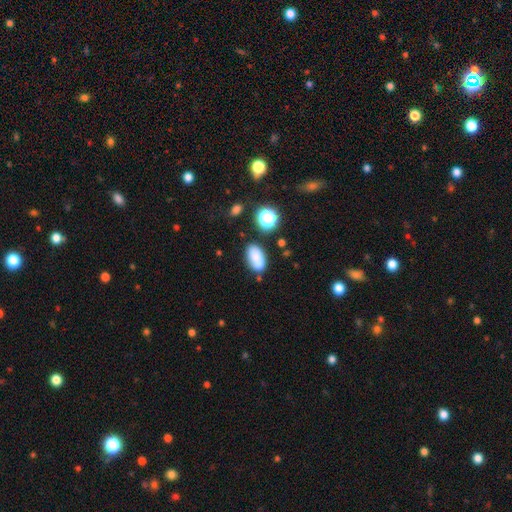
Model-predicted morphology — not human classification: The model was most divided on "merging": none: 66%, minor disturbance: 18%, merger: 10%, major disturbance: 5%. More confident: how rounded — in between (90%); smooth or featured — smooth (76%).